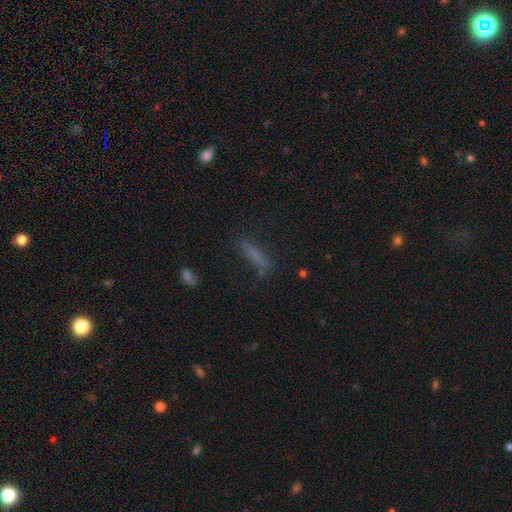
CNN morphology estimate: smooth 66%, featured or disk 20%, star or artifact 14%. Down the decision tree: how rounded — cigar-shaped (83%); merging — none (77%).